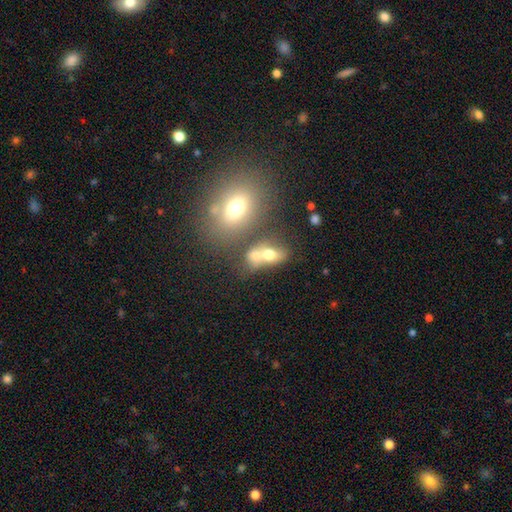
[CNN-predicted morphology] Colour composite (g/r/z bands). It shows a smooth galaxy with no disk features (66%) that is in between round and cigar-shaped (57%). Merging: merger (56%).